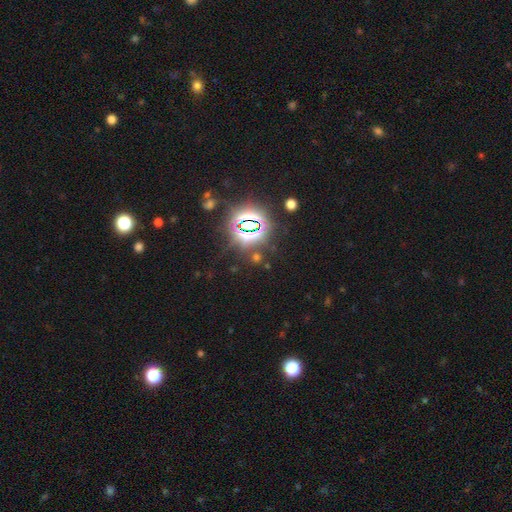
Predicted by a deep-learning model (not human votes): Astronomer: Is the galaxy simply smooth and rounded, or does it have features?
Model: star or artifact — 80%.